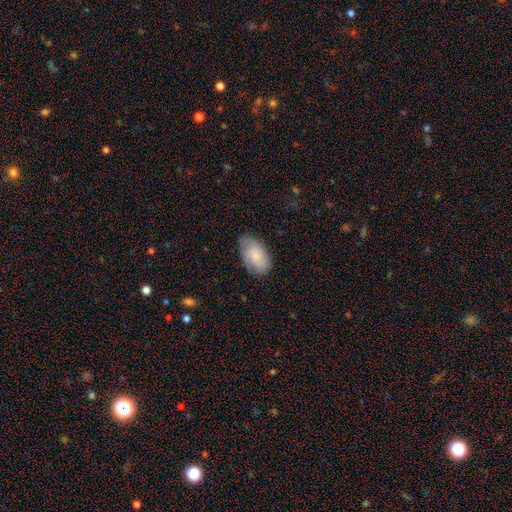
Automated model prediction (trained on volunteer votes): Smooth or featured?
  - smooth: 64% *
  - featured or disk: 29%
  - star or artifact: 7%
How rounded?
  - in between: 93% *
  - round: 5%
  - cigar-shaped: 2%
Merging?
  - none: 73% *
  - minor disturbance: 21%
  - major disturbance: 5%
  - merger: 1%